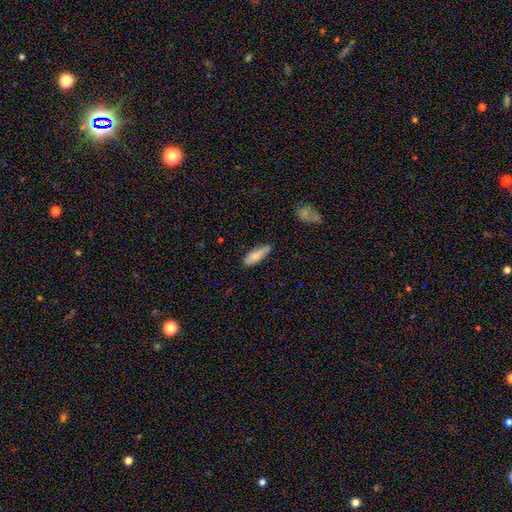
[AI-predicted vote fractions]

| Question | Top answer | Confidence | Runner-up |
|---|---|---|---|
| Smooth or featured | smooth | 80% | featured or disk (14%) |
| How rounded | in between | 63% | cigar-shaped (35%) |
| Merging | none | 67% | minor disturbance (24%) |